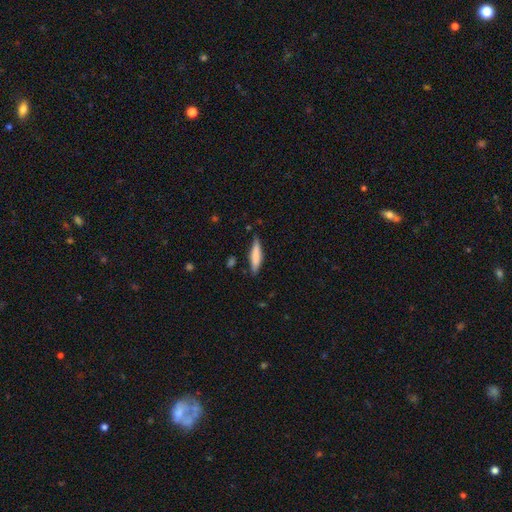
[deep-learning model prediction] A smooth galaxy with no disk features (75%) that is cigar-shaped (80%). Merging: none (79%).